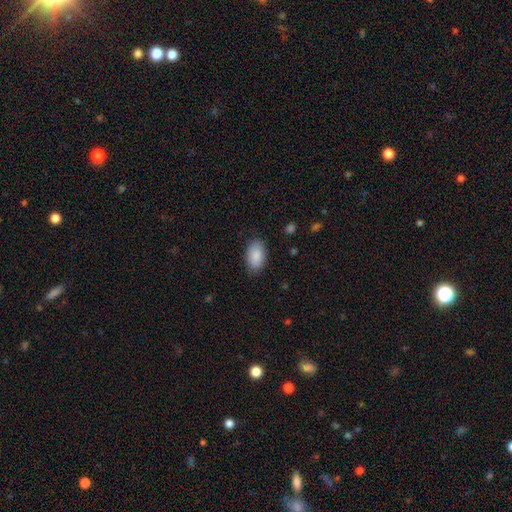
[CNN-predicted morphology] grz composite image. It shows a smooth galaxy with no disk features (89%) that is in between round and cigar-shaped (94%). Merging: none (82%).